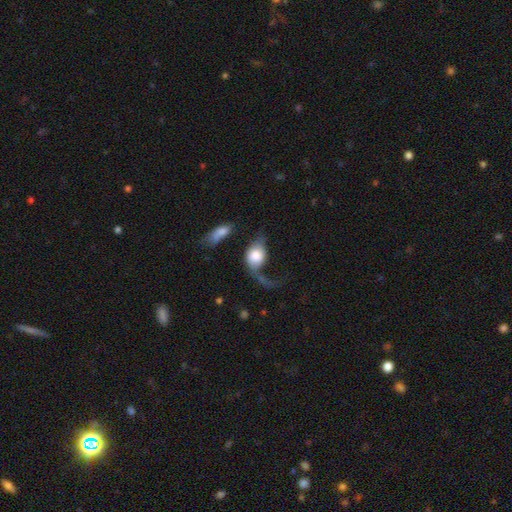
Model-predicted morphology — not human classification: smooth_or_featured: smooth (p=0.61) [alt: featured or disk p=0.32]
how_rounded: in between (p=0.69) [alt: round p=0.29]
merging: major disturbance (p=0.52) [alt: none p=0.17]